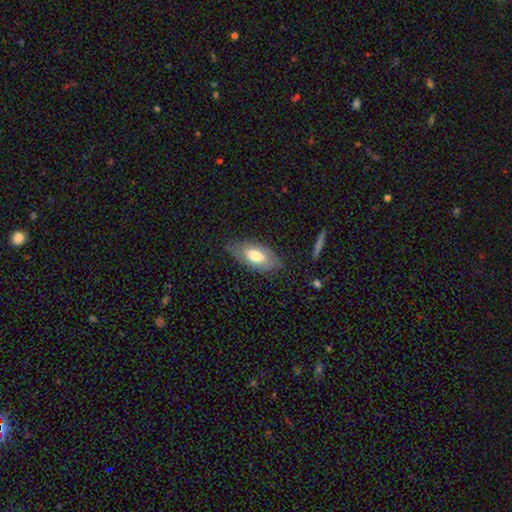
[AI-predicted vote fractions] The model was most divided on "smooth or featured": smooth: 69%, featured or disk: 25%, star or artifact: 6%. More confident: how rounded — in between (91%); merging — none (71%).